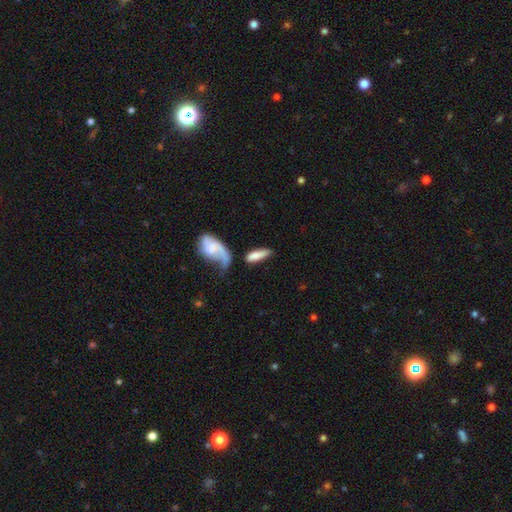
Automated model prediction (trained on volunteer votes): smooth 67%, featured or disk 26%, star or artifact 7%. Down the decision tree: how rounded — in between (51%); merging — none (43%).